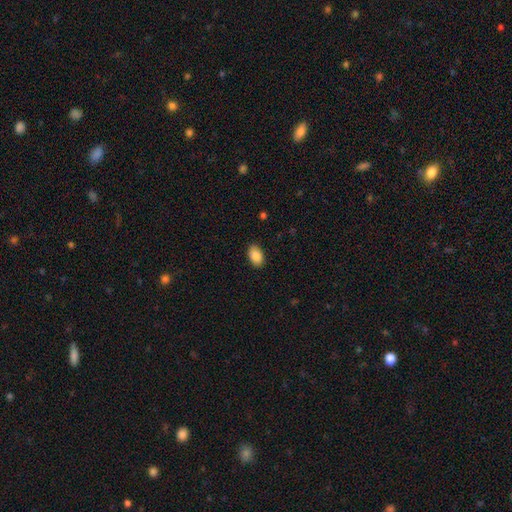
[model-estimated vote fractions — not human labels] Smooth or featured?
  - smooth: 88% *
  - star or artifact: 7%
  - featured or disk: 5%
How rounded?
  - in between: 92% *
  - round: 6%
  - cigar-shaped: 1%
Merging?
  - none: 88% *
  - minor disturbance: 9%
  - major disturbance: 2%
  - merger: 1%